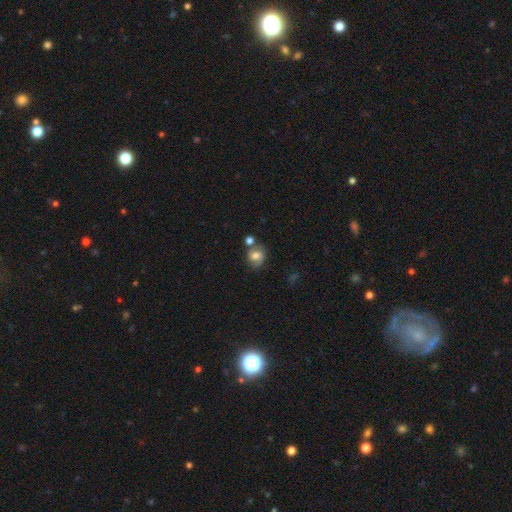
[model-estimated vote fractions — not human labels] A smooth galaxy with no disk features (60%) that is round (65%). Merging: none (59%).